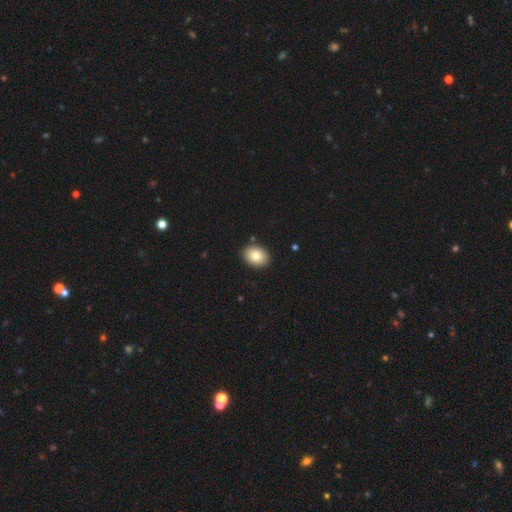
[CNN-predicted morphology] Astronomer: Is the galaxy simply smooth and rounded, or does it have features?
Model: smooth — 80%.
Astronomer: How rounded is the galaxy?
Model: in between — 66%.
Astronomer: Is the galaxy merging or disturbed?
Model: none — 90%.